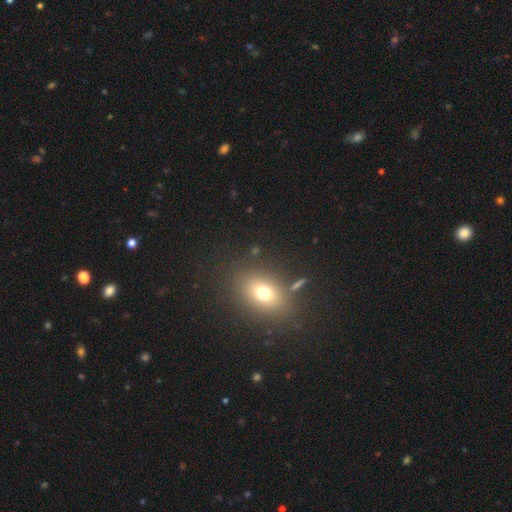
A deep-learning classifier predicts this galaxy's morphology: Smooth or featured: smooth — 65% (star or artifact — 22%)
How rounded: in between — 65% (round — 32%)
Merging: none — 84% (minor disturbance — 9%)